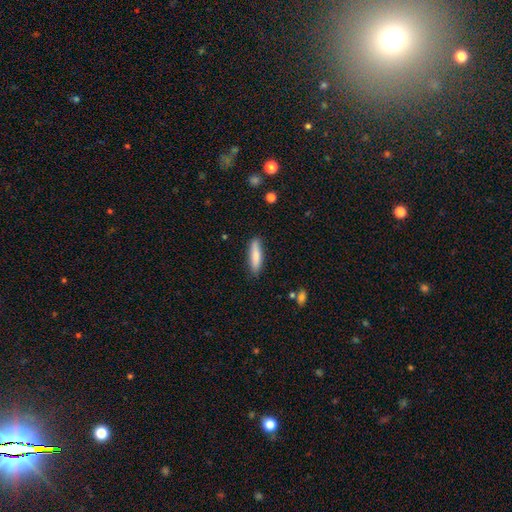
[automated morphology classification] smooth 79%, featured or disk 15%, star or artifact 6%. Down the decision tree: how rounded — cigar-shaped (73%); merging — none (83%).